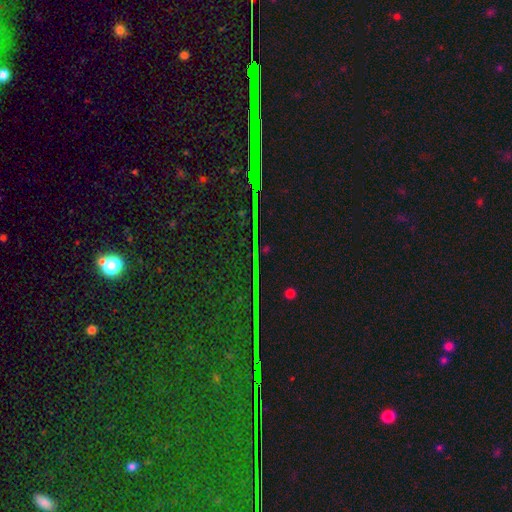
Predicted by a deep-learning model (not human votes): Overall: star or artifact (85%).